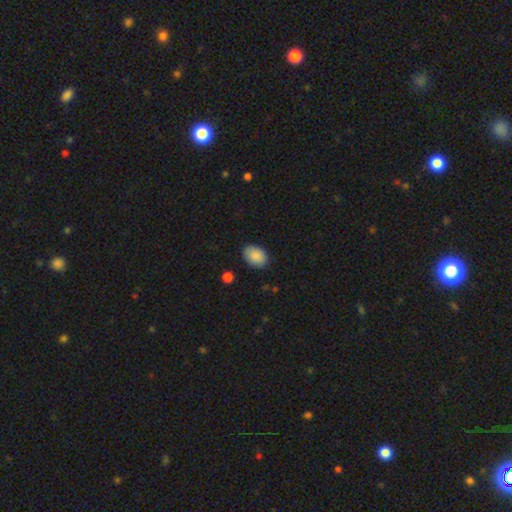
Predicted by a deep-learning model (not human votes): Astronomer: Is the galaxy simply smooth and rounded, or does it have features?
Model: smooth — 89%.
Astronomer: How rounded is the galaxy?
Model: in between — 79%.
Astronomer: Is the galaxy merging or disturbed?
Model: none — 85%.